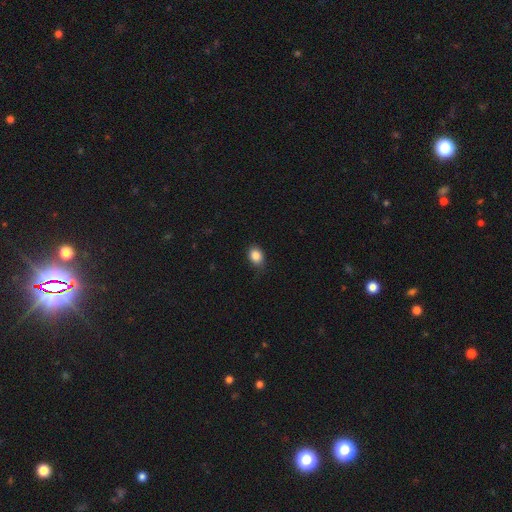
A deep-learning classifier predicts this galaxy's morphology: type=smooth (86%); roundness=in between (61%); merging=none (76%).